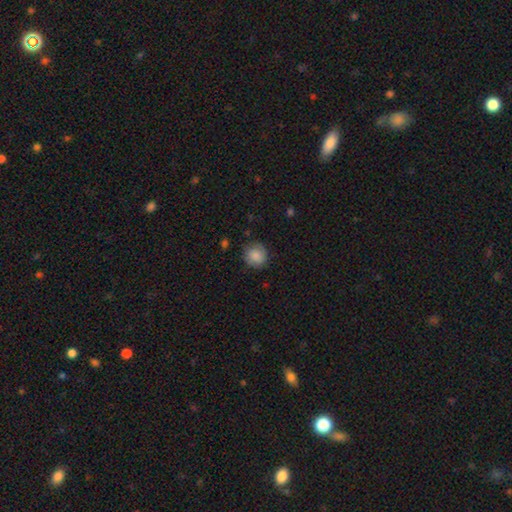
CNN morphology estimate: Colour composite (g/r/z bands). It shows a smooth galaxy with no disk features (86%) that is round (91%). Merging: none (83%).